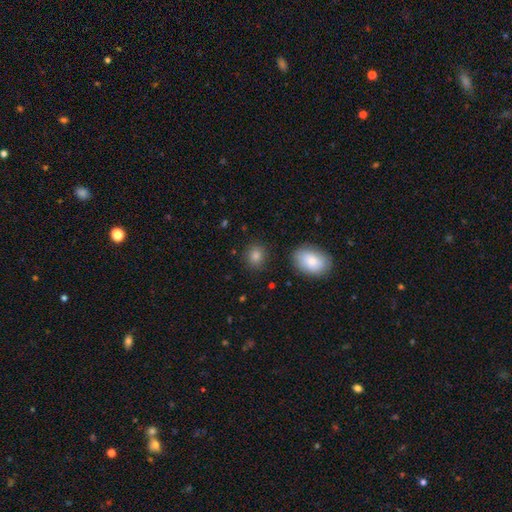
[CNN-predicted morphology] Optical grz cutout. It shows a smooth galaxy with no disk features (83%) that is round (69%). Merging: none (87%).